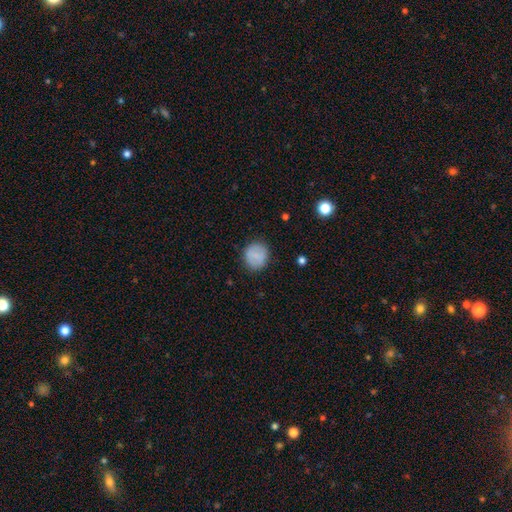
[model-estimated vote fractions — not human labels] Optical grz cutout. It shows a smooth galaxy with no disk features (79%) that is round (81%). Merging: none (86%).